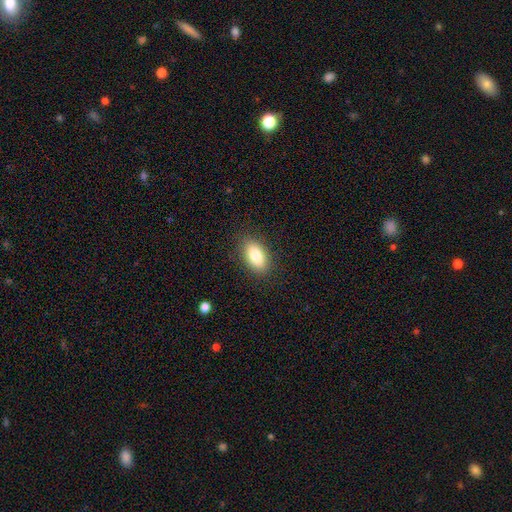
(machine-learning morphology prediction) A smooth galaxy with no disk features (84%) that is in between round and cigar-shaped (90%).

Vote fractions:
- Smooth or featured? smooth: 84% / featured or disk: 9% / star or artifact: 7%
- How rounded? in between: 90% / round: 5% / cigar-shaped: 5%
- Merging? none: 87% / minor disturbance: 9% / major disturbance: 3% / merger: 1%